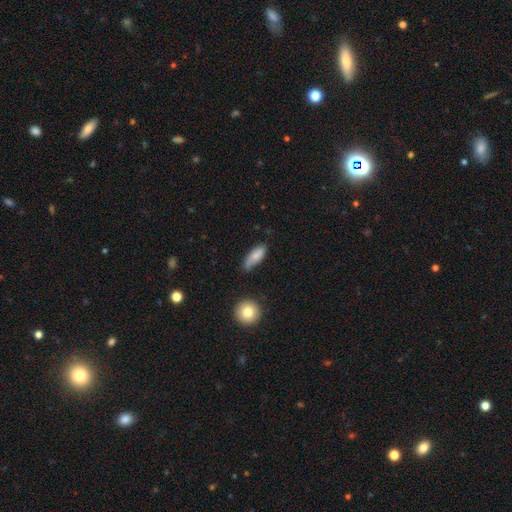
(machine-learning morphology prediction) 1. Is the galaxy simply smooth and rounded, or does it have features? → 76% smooth, 17% featured or disk, 7% star or artifact.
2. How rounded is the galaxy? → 75% in between, 22% cigar-shaped, 3% round.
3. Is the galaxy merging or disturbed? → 54% none, 34% minor disturbance, 8% major disturbance, 4% merger.